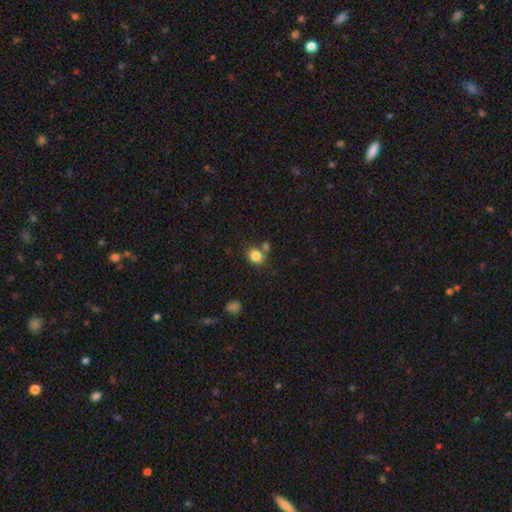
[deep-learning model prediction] smooth-or-featured: smooth: 84% | star or artifact: 10% | featured or disk: 6%
  how-rounded: round: 56% | in between: 43% | cigar-shaped: 1%
  merging: none: 66% | merger: 18% | minor disturbance: 12% | major disturbance: 4%